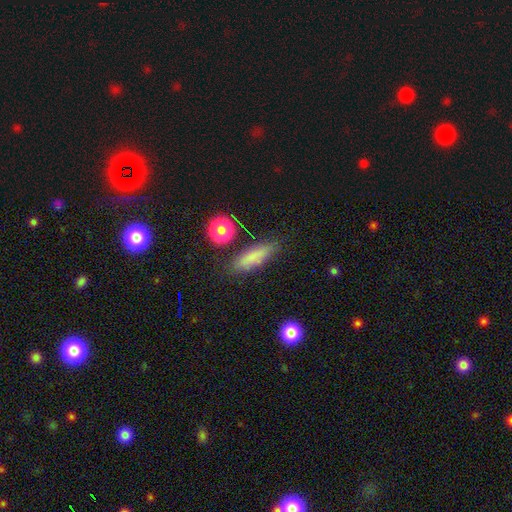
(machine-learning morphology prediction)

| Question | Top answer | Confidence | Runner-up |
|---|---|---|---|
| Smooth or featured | smooth | 77% | featured or disk (12%) |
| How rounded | cigar-shaped | 48% | in between (47%) |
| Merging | none | 78% | minor disturbance (14%) |